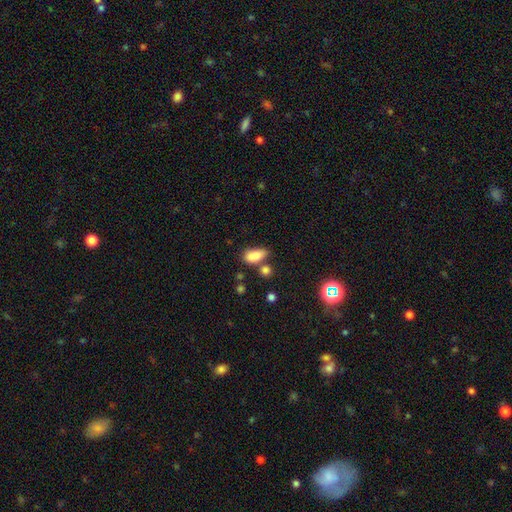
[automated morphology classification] Smooth or featured? Predicted: smooth (p=0.83). How rounded? Predicted: in between (p=0.85). Merging? Predicted: none (p=0.52).